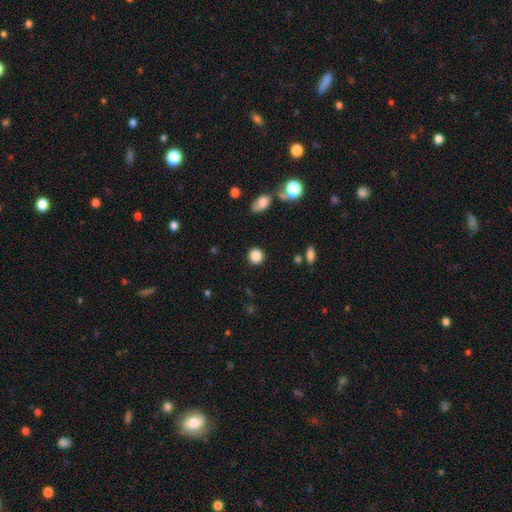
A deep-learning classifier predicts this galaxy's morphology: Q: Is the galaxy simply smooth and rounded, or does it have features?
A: smooth — 86%.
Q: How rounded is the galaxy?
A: round — 91%.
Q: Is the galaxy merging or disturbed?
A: none — 90%.